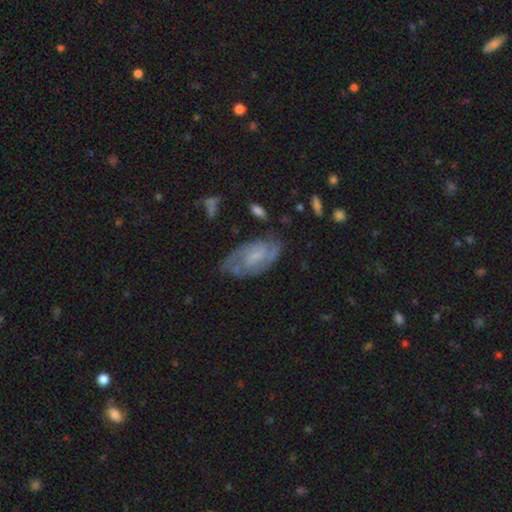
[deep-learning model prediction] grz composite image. It shows a featured or disk galaxy (71%) with no bar (47%), 2 (65%) tight (43%, tied with medium) spiral arms (89%) and a small central bulge (52%). Merging: none (65%).